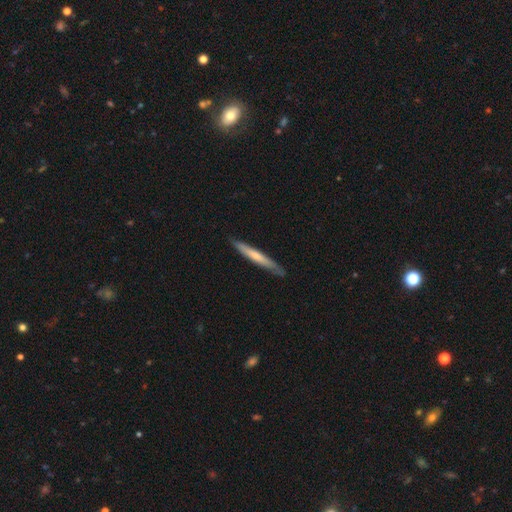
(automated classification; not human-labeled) A smooth galaxy with no disk features (57%) that is cigar-shaped (96%).

Vote fractions:
- Smooth or featured? smooth: 57% / featured or disk: 38% / star or artifact: 5%
- How rounded? cigar-shaped: 96% / in between: 3% / round: 1%
- Merging? none: 85% / minor disturbance: 12% / major disturbance: 2% / merger: 1%